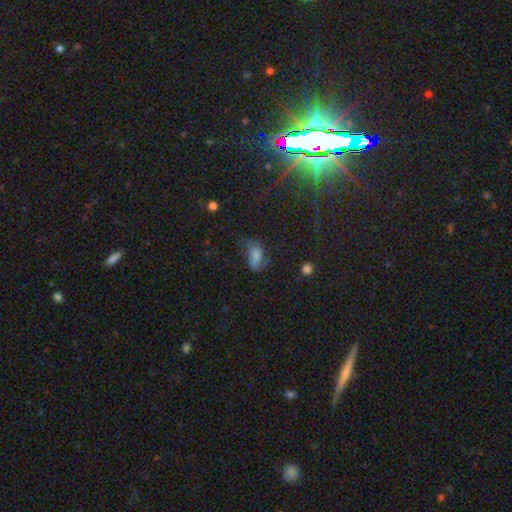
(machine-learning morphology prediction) This is possibly a smooth galaxy (51%). How rounded: clearly in between (88%). Merging: marginally none (37%).